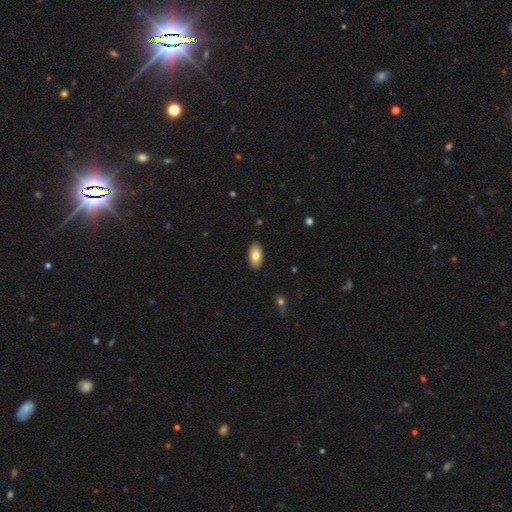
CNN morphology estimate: type=smooth (79%); roundness=in between (95%); merging=none (90%).